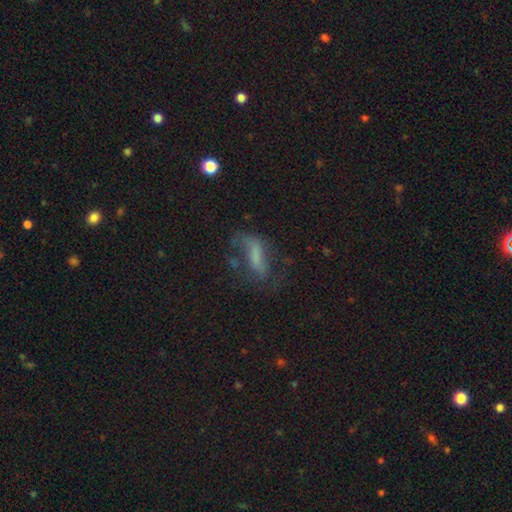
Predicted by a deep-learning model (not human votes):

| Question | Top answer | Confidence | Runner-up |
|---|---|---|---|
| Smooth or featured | smooth | 44% | featured or disk (41%) |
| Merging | none | 41% | major disturbance (32%) |